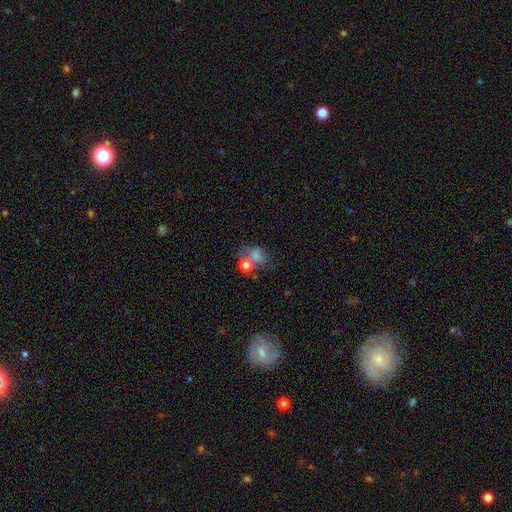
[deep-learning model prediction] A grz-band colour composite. It shows a smooth galaxy with no disk features (68%) that is round (51%). Merging: merger (40%).